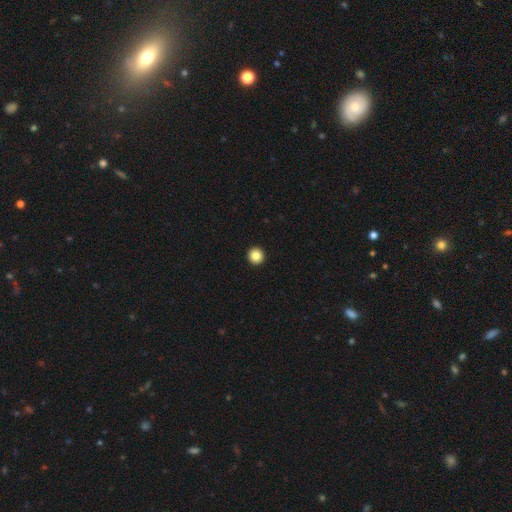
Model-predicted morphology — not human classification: Smooth or featured? Predicted: smooth (p=0.86). How rounded? Predicted: round (p=0.96). Merging? Predicted: none (p=0.95).